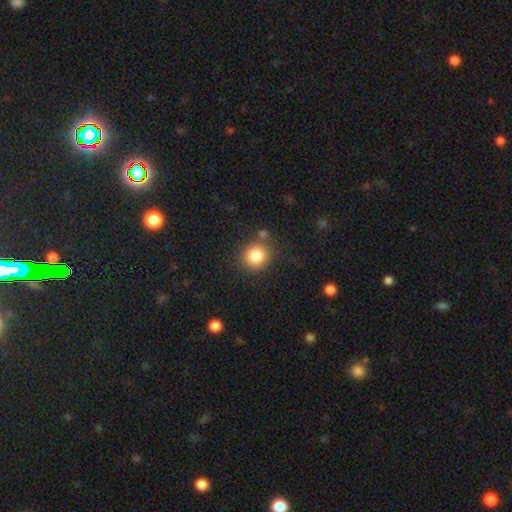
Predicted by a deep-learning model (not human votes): Morphology: type=smooth (84%); roundness=round (89%); merging=none (80%).